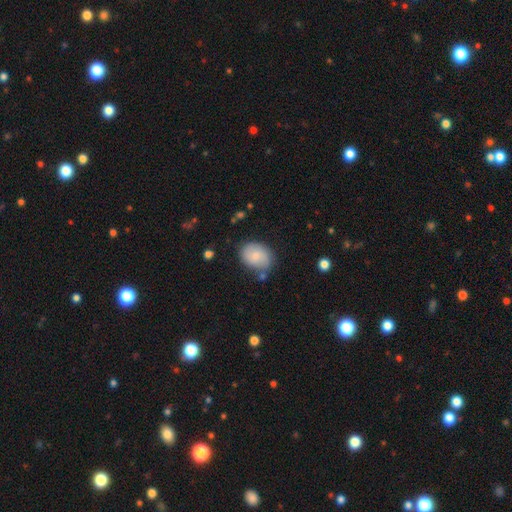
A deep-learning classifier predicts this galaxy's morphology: smooth_or_featured: smooth (p=0.72) [alt: featured or disk p=0.21]
how_rounded: in between (p=0.67) [alt: round p=0.32]
merging: none (p=0.68) [alt: minor disturbance p=0.21]